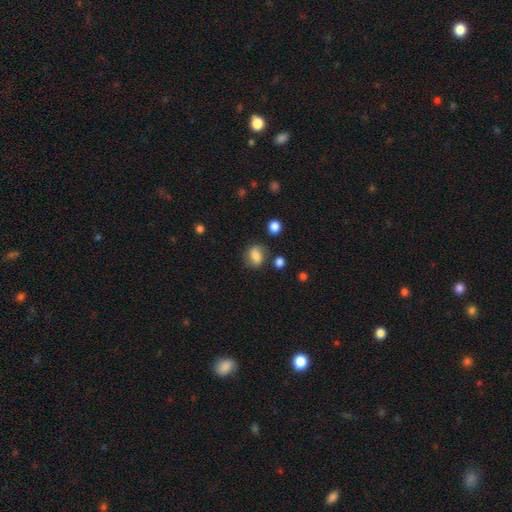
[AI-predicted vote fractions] A smooth galaxy with no disk features (72%) that is in between round and cigar-shaped (57%). Merging: none (71%).